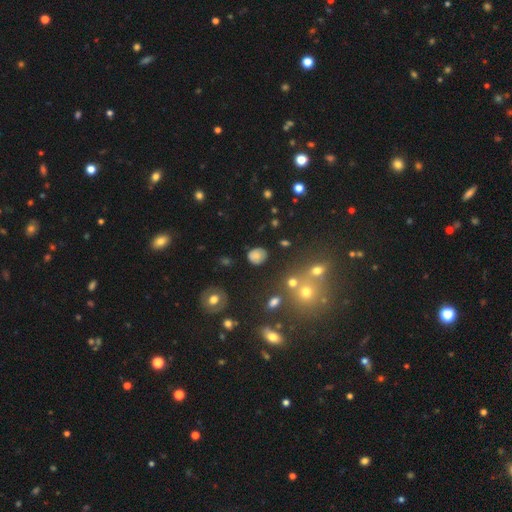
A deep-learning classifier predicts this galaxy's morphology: Overall: smooth (75%). How rounded: round (66%; in between 33%). Merging: none (78%).